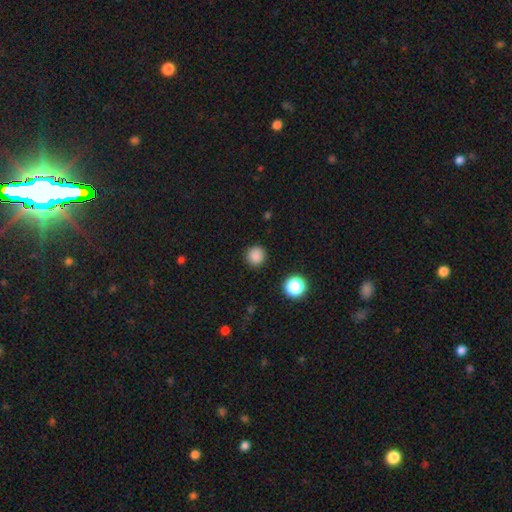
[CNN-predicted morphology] smooth 84%, star or artifact 12%, featured or disk 3%. Down the decision tree: how rounded — round (94%); merging — none (90%).